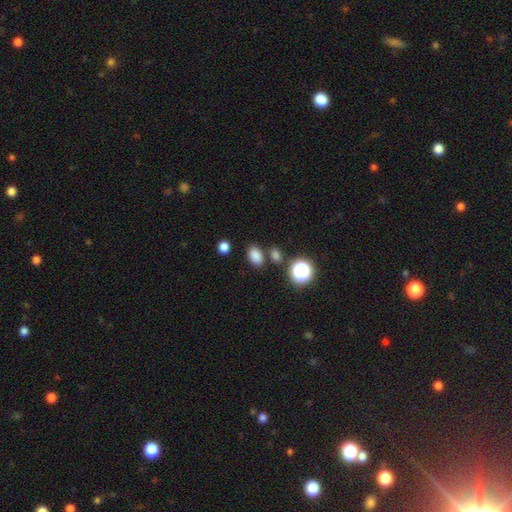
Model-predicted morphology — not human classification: smooth-or-featured: smooth: 82% | star or artifact: 14% | featured or disk: 4%
  how-rounded: in between: 79% | round: 20% | cigar-shaped: 1%
  merging: none: 76% | minor disturbance: 11% | merger: 9% | major disturbance: 3%